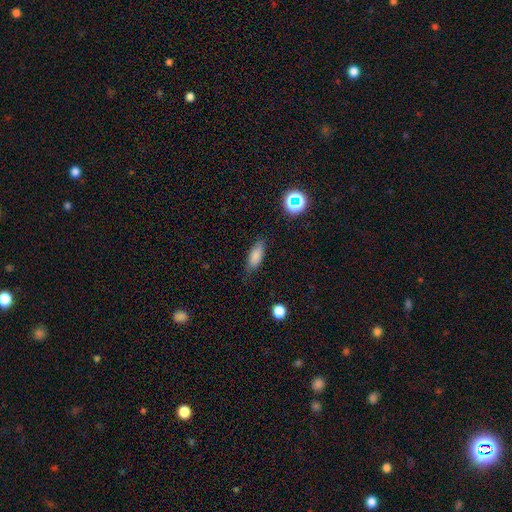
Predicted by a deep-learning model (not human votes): A smooth galaxy with no disk features (82%) that is in between round and cigar-shaped (73%). Merging: none (76%).